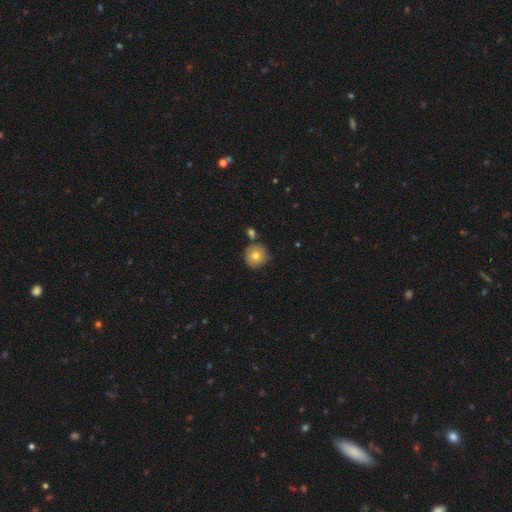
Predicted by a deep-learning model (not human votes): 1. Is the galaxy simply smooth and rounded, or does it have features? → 72% smooth, 19% featured or disk, 9% star or artifact.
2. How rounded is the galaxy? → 94% round, 5% in between, 1% cigar-shaped.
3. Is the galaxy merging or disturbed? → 75% none, 12% minor disturbance, 10% merger, 3% major disturbance.